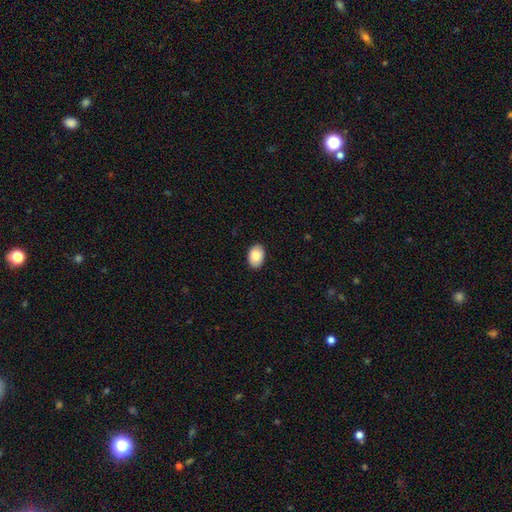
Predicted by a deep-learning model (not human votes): smooth 86%, featured or disk 8%, star or artifact 7%. Down the decision tree: how rounded — in between (85%); merging — none (89%).